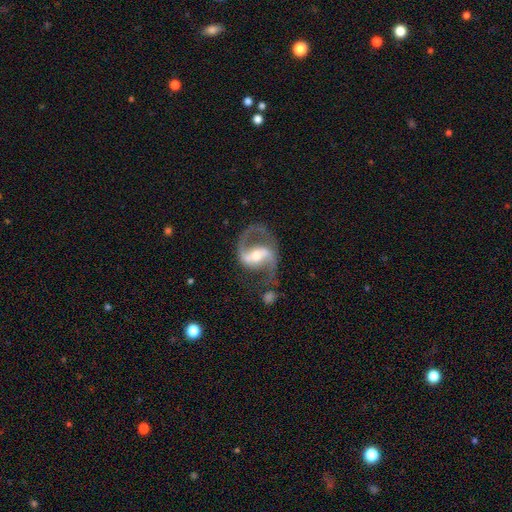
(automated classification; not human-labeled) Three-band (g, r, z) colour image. It shows a featured or disk galaxy (91%) with a strong bar (50%), 2 (91%) medium (52%) spiral arms (97%) and a moderate central bulge (58%). Merging: none (66%).